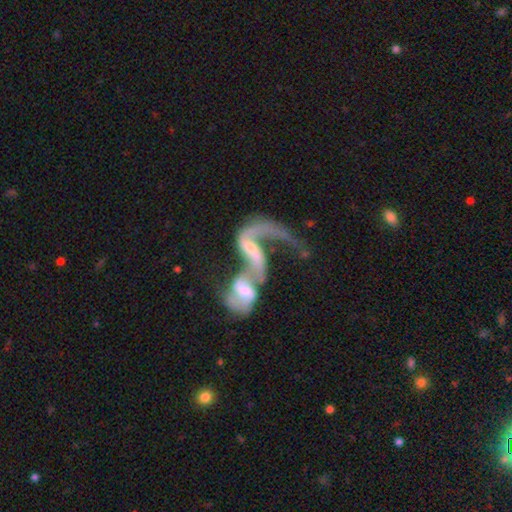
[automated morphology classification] smooth_or_featured: featured or disk (p=0.76) [alt: smooth p=0.17]
disk_edge_on: no (p=0.95) [alt: yes p=0.05]
bar: no (p=0.44) [alt: weak p=0.37]
has_spiral_arms: yes (p=0.76) [alt: no p=0.24]
spiral_winding: loose (p=0.86) [alt: medium p=0.11]
spiral_arm_count: 2 (p=0.55) [alt: 1 p=0.35]
bulge_size: moderate (p=0.38) [alt: small p=0.35]
merging: merger (p=0.78) [alt: major disturbance p=0.12]